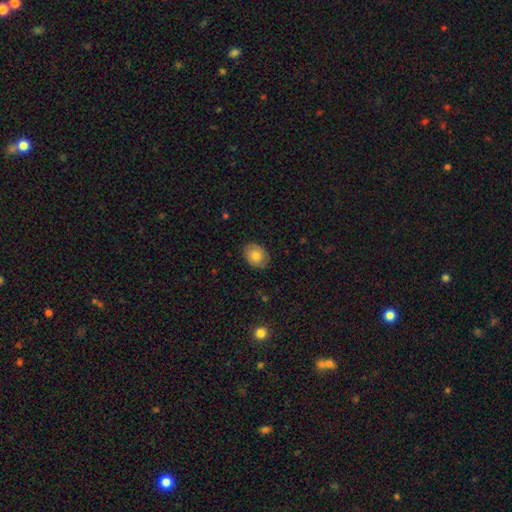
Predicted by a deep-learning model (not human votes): This appears to be a smooth galaxy with no disk features (76%) that is in between round and cigar-shaped (62%). Merging: none (84%).